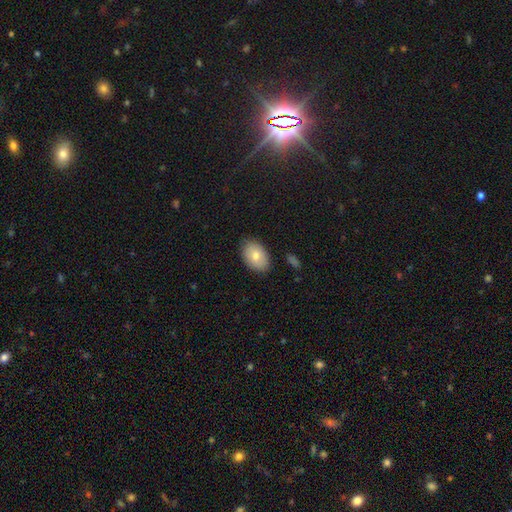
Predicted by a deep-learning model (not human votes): A smooth galaxy with no disk features (78%) that is in between round and cigar-shaped (87%).

Vote fractions:
- Smooth or featured? smooth: 78% / featured or disk: 15% / star or artifact: 7%
- How rounded? in between: 87% / round: 12% / cigar-shaped: 1%
- Merging? none: 86% / minor disturbance: 11% / major disturbance: 2% / merger: 1%